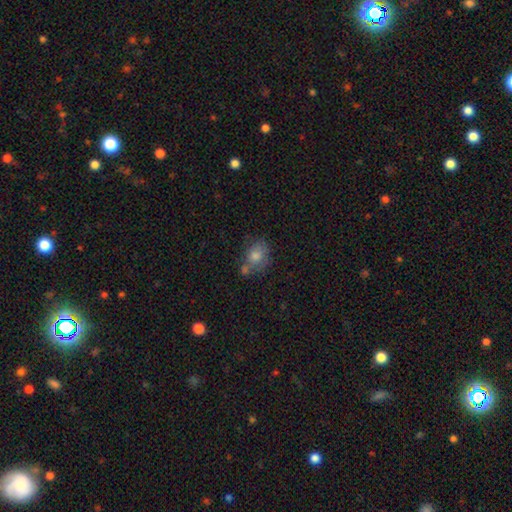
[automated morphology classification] smooth_or_featured: smooth (p=0.74) [alt: featured or disk p=0.14]
how_rounded: round (p=0.52) [alt: in between p=0.47]
merging: none (p=0.54) [alt: merger p=0.21]